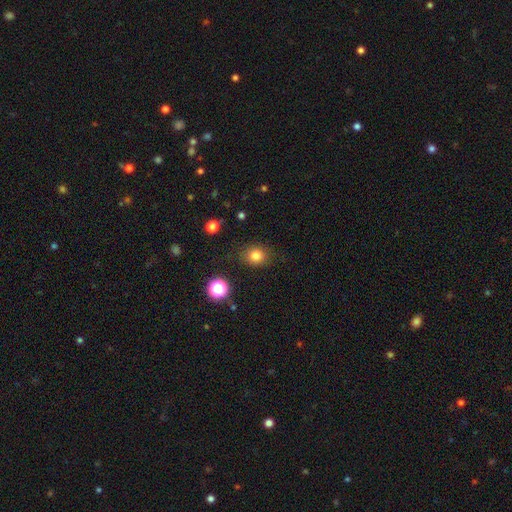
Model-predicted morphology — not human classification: Overall: smooth (81%). How rounded: round (70%). Merging: none (82%).